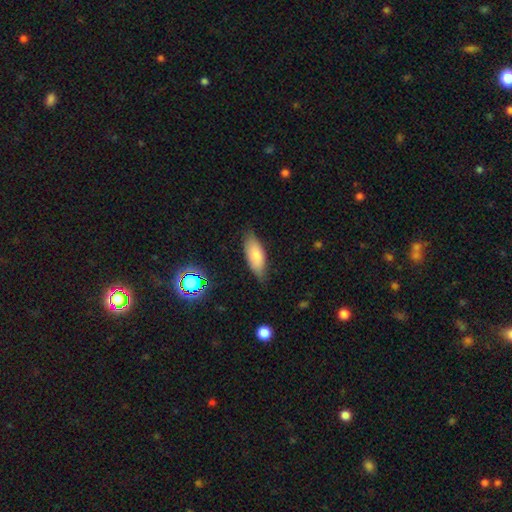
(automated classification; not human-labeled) smooth 79%, featured or disk 14%, star or artifact 7%. Down the decision tree: how rounded — in between (79%); merging — none (78%).